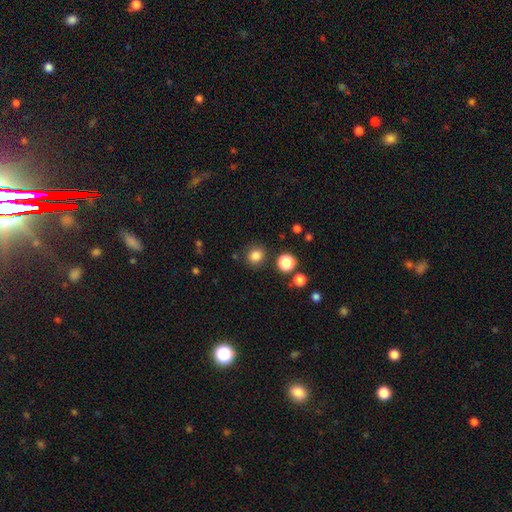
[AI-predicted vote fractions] A smooth galaxy with no disk features (83%) that is round (85%). Merging: none (86%).